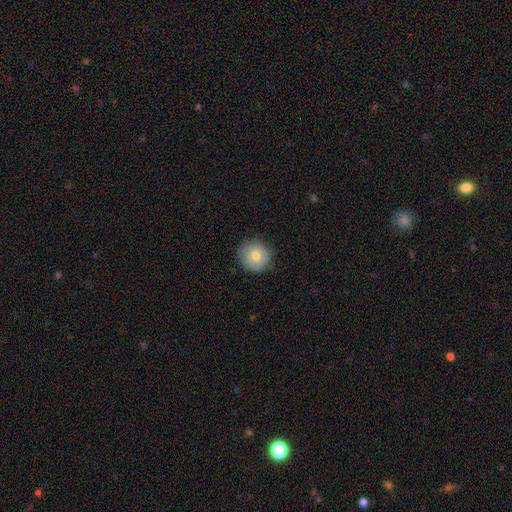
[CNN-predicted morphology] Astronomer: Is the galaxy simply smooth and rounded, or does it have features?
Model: smooth — 72%.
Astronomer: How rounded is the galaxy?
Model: round — 92%.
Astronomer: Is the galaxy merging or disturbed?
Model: none — 80%.